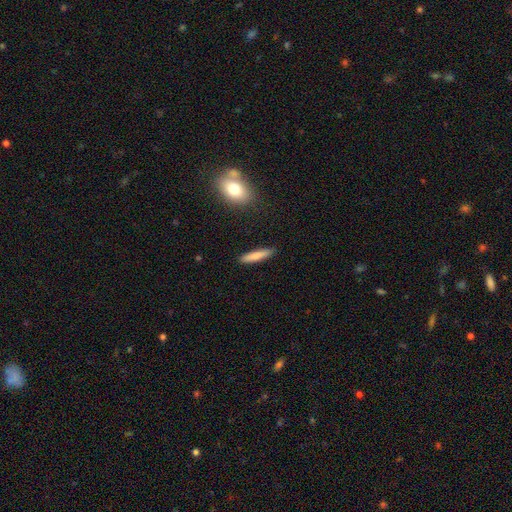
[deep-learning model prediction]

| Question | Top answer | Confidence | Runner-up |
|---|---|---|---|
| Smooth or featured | smooth | 79% | featured or disk (15%) |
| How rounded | cigar-shaped | 87% | in between (12%) |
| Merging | none | 89% | minor disturbance (8%) |